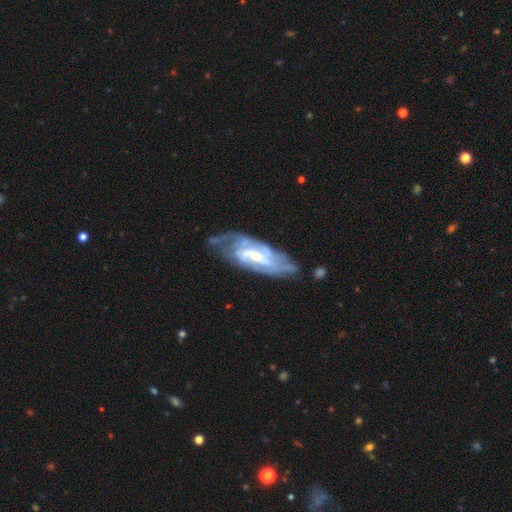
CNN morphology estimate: This is clearly a featured or disk galaxy (83%). It is clearly not viewed edge-on (90%). Bar: possibly weak (47%). Spiral arm pattern: clearly yes (92%). Spiral arm count: marginally 2 (38%). Spiral winding: possibly tight (46%). Central bulge: possibly small (54%). Merging: possibly none (59%).